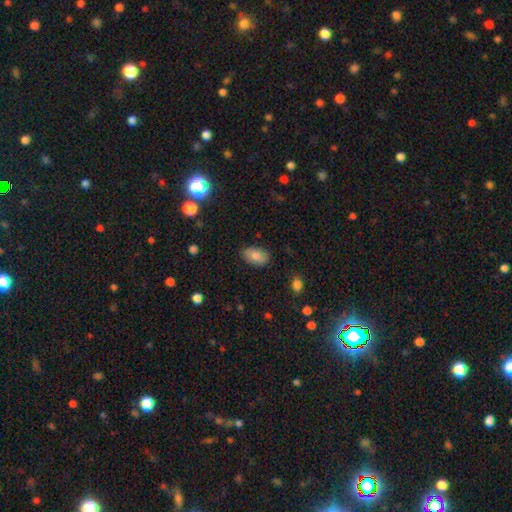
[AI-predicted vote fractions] A smooth galaxy with no disk features (78%) that is in between round and cigar-shaped (90%). Merging: none (85%).